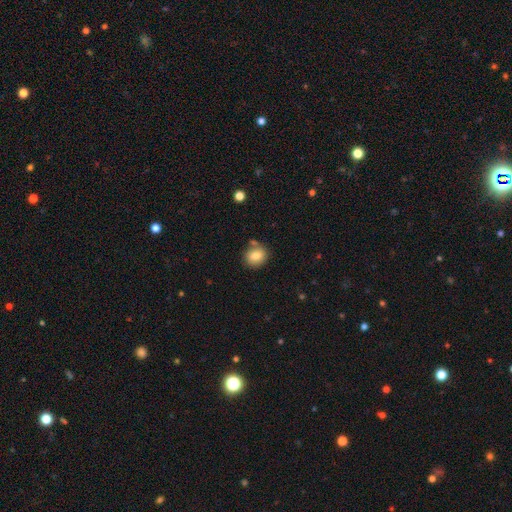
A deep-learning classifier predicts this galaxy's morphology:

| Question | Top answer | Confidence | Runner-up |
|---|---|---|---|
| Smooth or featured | smooth | 82% | star or artifact (9%) |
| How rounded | round | 68% | in between (31%) |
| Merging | none | 75% | minor disturbance (12%) |